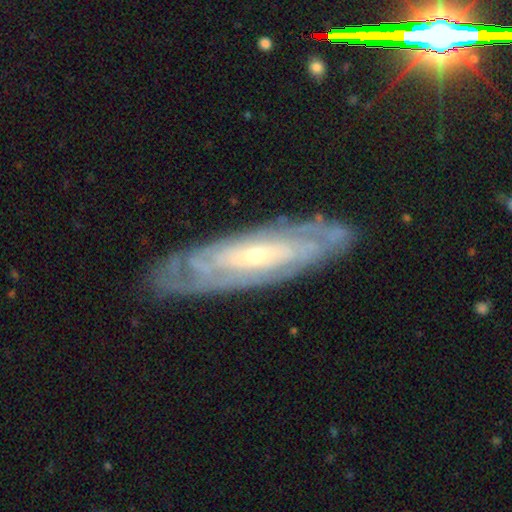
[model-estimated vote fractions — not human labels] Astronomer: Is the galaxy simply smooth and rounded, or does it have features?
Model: featured or disk — 81%.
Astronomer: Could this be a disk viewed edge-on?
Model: no — 76%.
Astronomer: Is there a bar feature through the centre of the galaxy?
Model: no — 62%.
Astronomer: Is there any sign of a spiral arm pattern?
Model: yes — 87%.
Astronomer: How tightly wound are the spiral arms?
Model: tight — 74%.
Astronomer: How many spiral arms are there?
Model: can't tell — 57%.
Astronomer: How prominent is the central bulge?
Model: small — 67%.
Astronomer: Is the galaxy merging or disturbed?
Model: none — 79%.